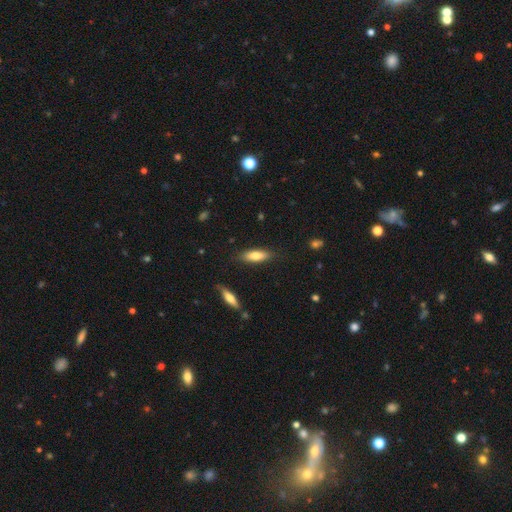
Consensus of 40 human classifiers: Volunteers were most divided on "how rounded" (2-way tie): in between: 50%, cigar-shaped: 50%, round: 0%. More confident: smooth or featured — smooth (85%); merging — none (85%).